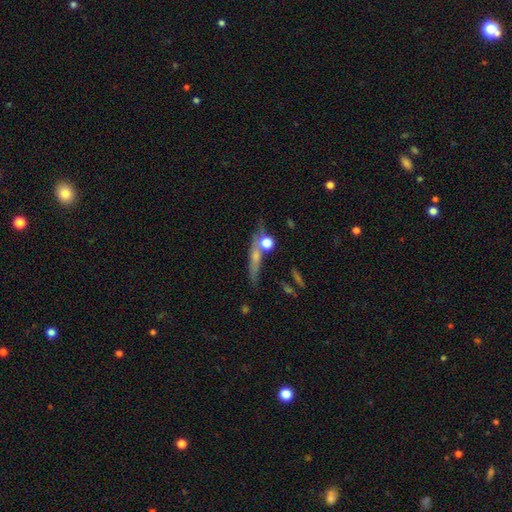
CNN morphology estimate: Smooth or featured: featured or disk — 45% (smooth — 37%)
Merging: none — 63% (merger — 16%)